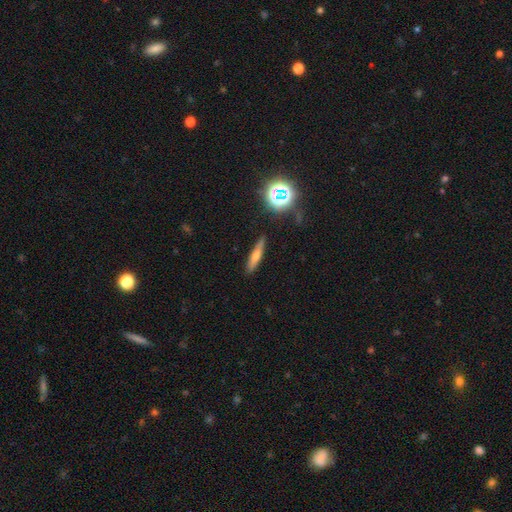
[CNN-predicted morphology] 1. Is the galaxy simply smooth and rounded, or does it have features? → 48% smooth, 40% featured or disk, 12% star or artifact.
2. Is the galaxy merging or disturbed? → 87% none, 9% minor disturbance, 2% major disturbance, 2% merger.